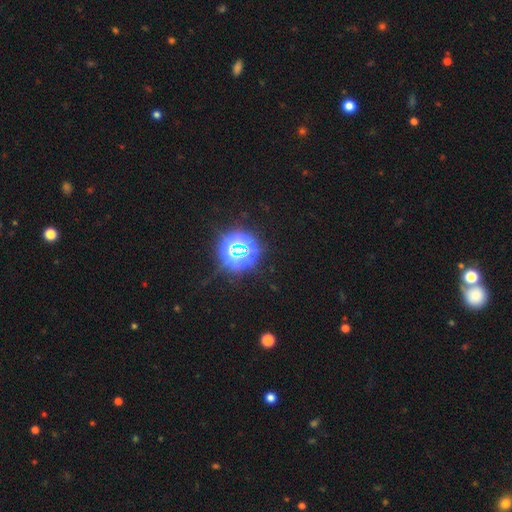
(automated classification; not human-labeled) smooth-or-featured: star or artifact: 82% | smooth: 13% | featured or disk: 5%